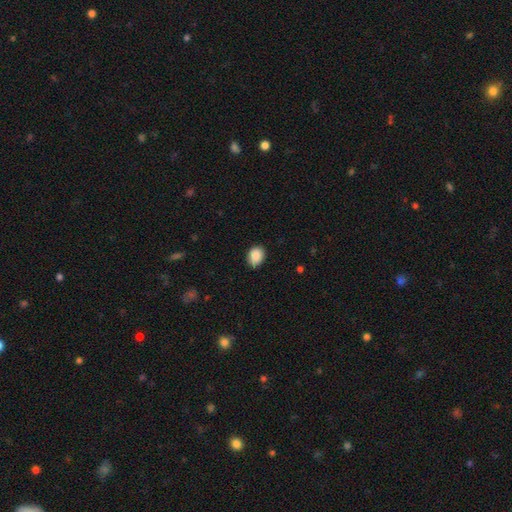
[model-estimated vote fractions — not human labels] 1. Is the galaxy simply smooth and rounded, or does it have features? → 88% smooth, 8% star or artifact, 4% featured or disk.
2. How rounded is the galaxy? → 61% in between, 38% round, 1% cigar-shaped.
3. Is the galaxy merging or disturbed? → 74% none, 22% minor disturbance, 3% major disturbance, 1% merger.